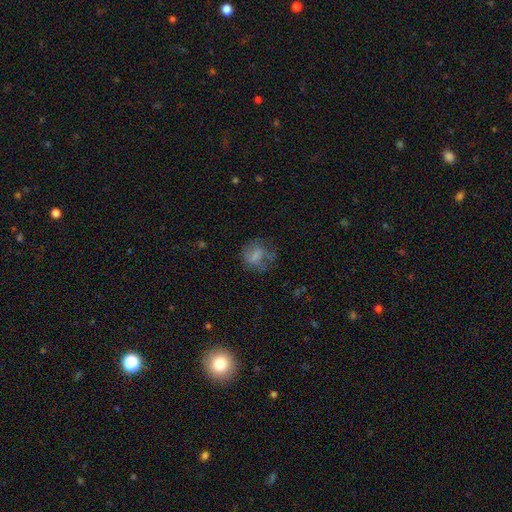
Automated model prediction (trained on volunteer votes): Overall: smooth (59%; featured or disk 29%). How rounded: round (63%; in between 35%). Merging: none (50%; major disturbance 24%).